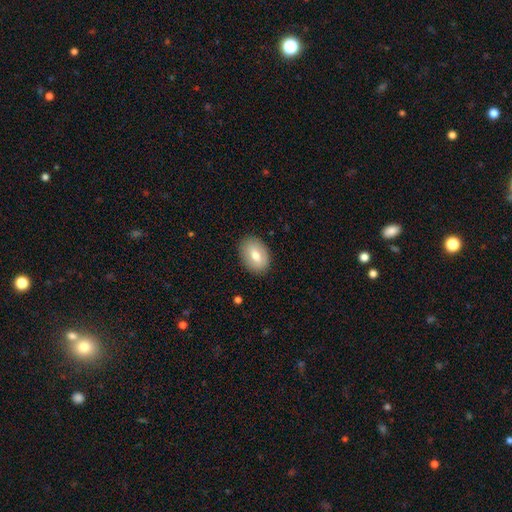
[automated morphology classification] smooth 71%, featured or disk 22%, star or artifact 7%. Down the decision tree: how rounded — in between (83%); merging — none (86%).